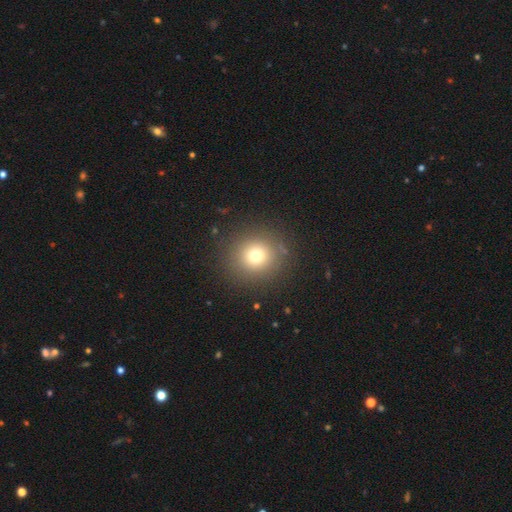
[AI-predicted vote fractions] Smooth or featured? smooth (73%)
How rounded? round (93%)
Merging? none (88%)